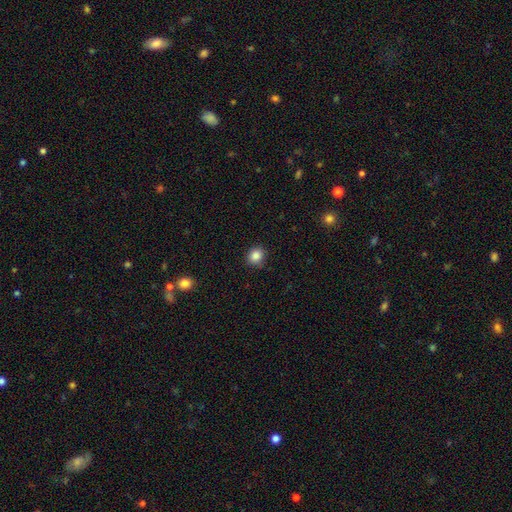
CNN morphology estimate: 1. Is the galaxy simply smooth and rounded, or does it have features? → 86% smooth, 10% star or artifact, 4% featured or disk.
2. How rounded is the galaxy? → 76% round, 23% in between, 1% cigar-shaped.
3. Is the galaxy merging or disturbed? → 88% none, 9% minor disturbance, 2% major disturbance, 1% merger.